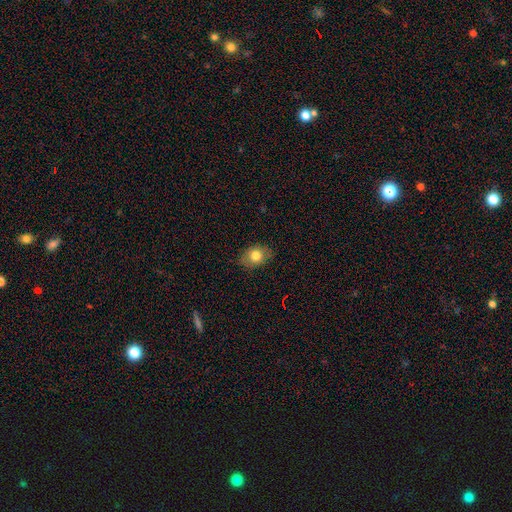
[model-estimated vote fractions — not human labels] A smooth galaxy with no disk features (78%) that is in between round and cigar-shaped (67%). Merging: none (81%).